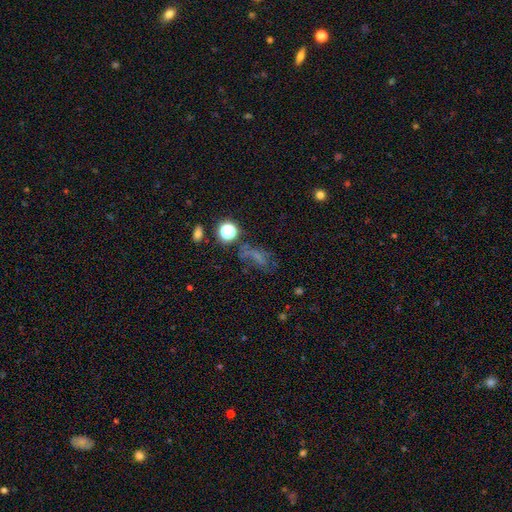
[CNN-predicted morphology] A smooth galaxy with no disk features (39%). Merging: none (43%).